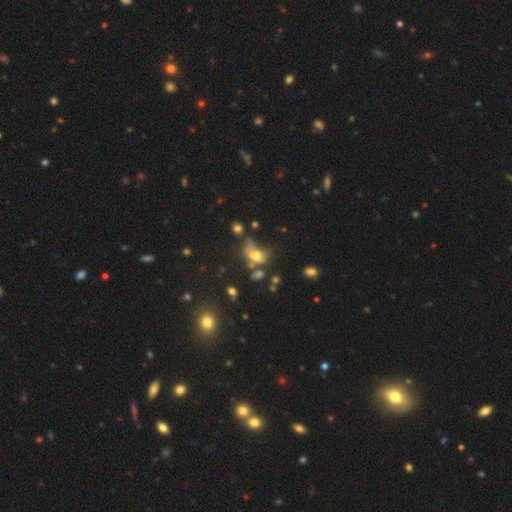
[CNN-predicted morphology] smooth-or-featured: smooth: 63% | featured or disk: 21% | star or artifact: 16%
  how-rounded: in between: 75% | round: 22% | cigar-shaped: 3%
  merging: major disturbance: 31% | merger: 24% | none: 24% | minor disturbance: 21%